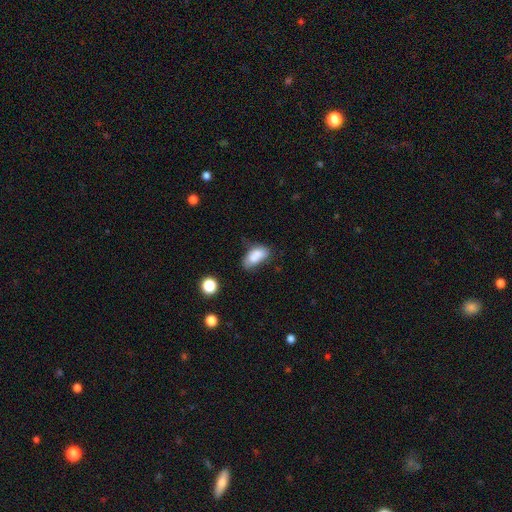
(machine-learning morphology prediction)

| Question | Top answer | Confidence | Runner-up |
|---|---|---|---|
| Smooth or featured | smooth | 79% | featured or disk (12%) |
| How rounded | in between | 90% | cigar-shaped (5%) |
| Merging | none | 46% | minor disturbance (32%) |